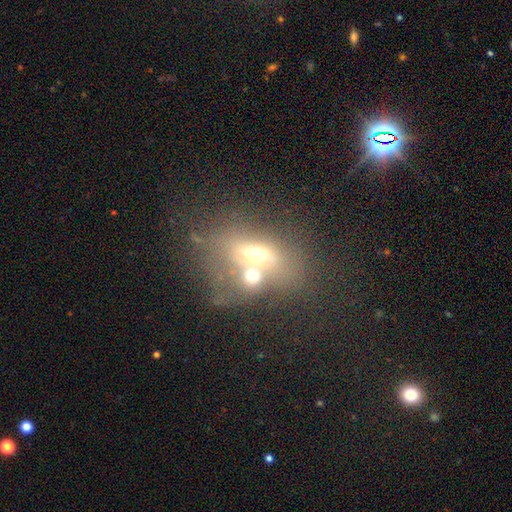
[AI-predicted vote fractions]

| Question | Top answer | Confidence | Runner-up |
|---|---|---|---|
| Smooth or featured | smooth | 47% | featured or disk (37%) |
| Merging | merger | 58% | none (23%) |